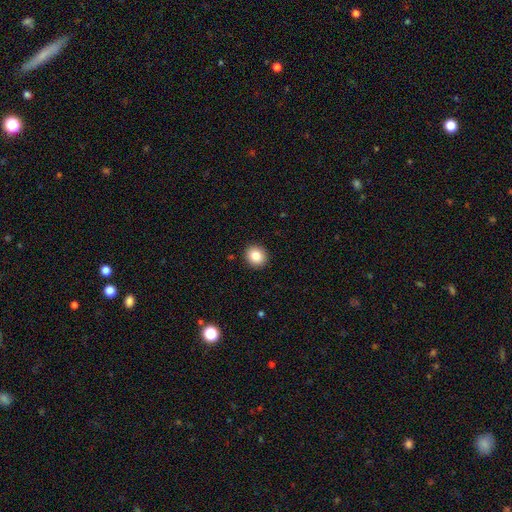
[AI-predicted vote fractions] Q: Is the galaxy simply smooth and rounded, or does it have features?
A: smooth — 84%.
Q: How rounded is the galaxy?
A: round — 84%.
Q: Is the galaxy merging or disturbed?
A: none — 92%.